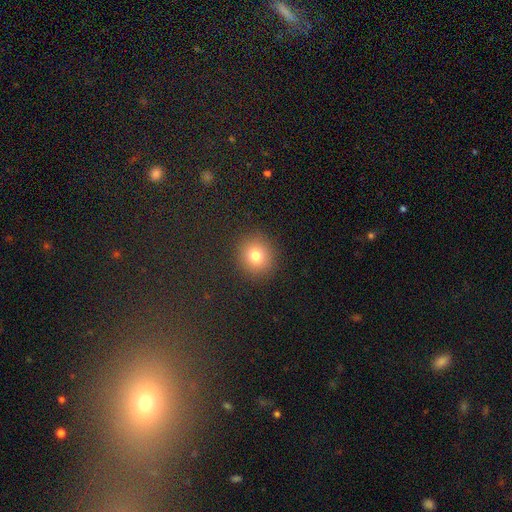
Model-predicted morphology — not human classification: This appears to be a smooth galaxy with no disk features (78%) that is round (89%). Merging: none (90%).